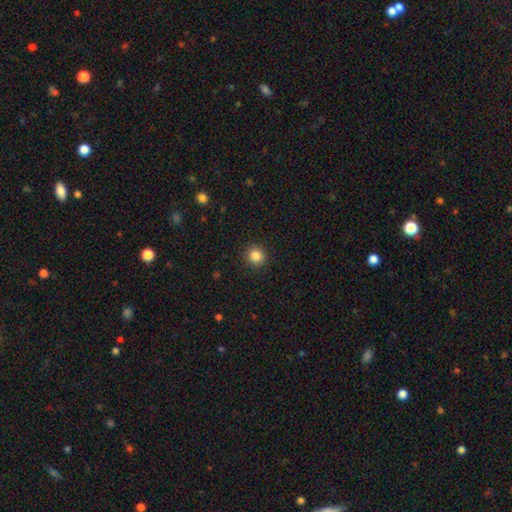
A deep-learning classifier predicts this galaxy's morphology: type=smooth (86%); roundness=round (93%); merging=none (92%).